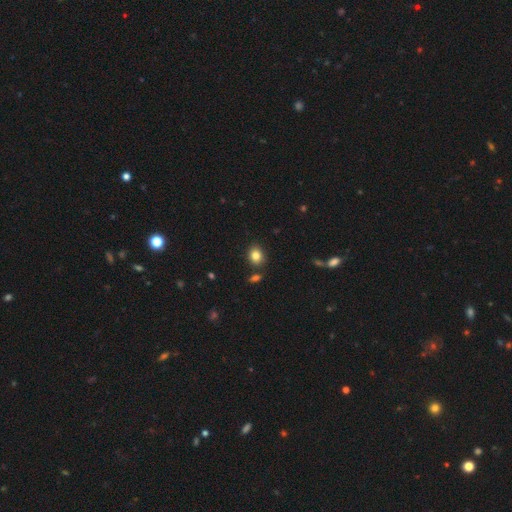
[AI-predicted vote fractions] smooth_or_featured: smooth (p=0.84) [alt: star or artifact p=0.10]
how_rounded: round (p=0.55) [alt: in between p=0.44]
merging: none (p=0.82) [alt: minor disturbance p=0.10]